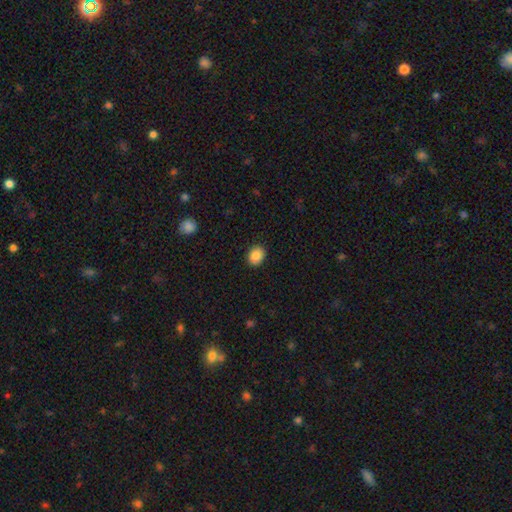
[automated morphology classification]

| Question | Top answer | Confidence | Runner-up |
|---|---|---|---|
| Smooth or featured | smooth | 88% | star or artifact (9%) |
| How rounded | round | 52% | in between (47%) |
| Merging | none | 89% | minor disturbance (8%) |